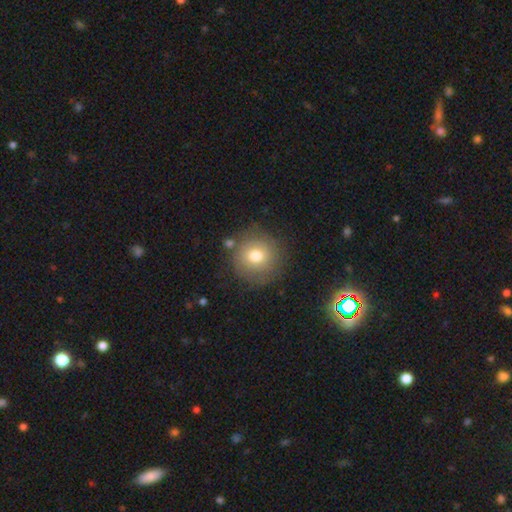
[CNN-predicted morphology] Overall: smooth (73%). How rounded: round (93%). Merging: none (80%).